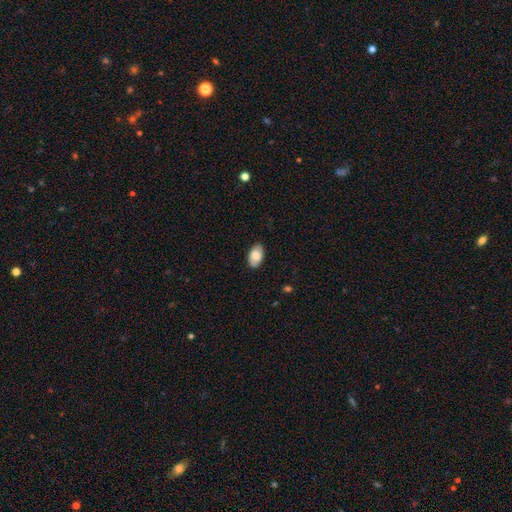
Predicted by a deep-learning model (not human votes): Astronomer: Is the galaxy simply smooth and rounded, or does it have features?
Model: smooth — 78%.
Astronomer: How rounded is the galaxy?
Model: in between — 94%.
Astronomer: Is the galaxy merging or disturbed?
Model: none — 85%.